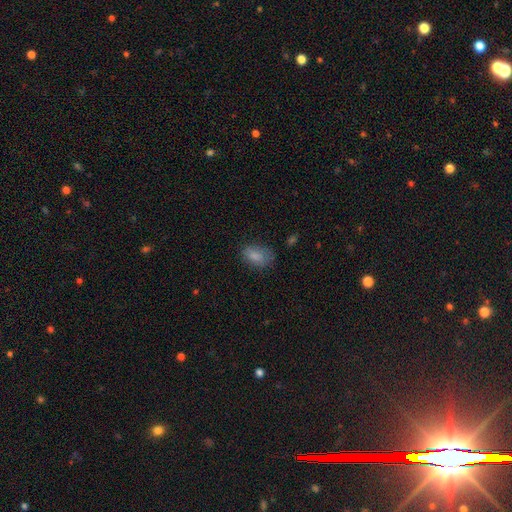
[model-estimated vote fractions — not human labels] smooth-or-featured: smooth: 83% | star or artifact: 10% | featured or disk: 7%
  how-rounded: in between: 86% | round: 12% | cigar-shaped: 2%
  merging: none: 65% | minor disturbance: 24% | major disturbance: 8% | merger: 2%